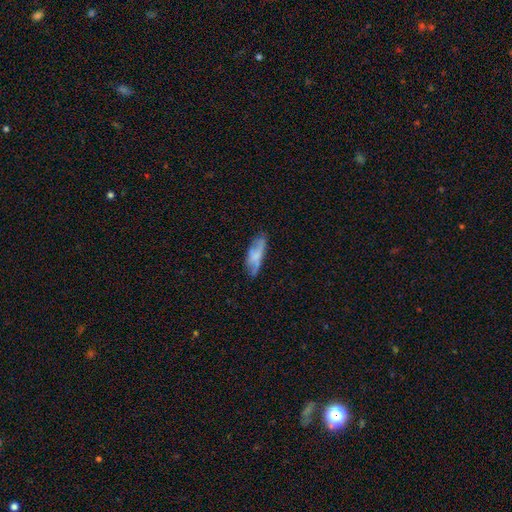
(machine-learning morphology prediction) smooth_or_featured: smooth (p=0.60) [alt: featured or disk p=0.32]
how_rounded: in between (p=0.61) [alt: cigar-shaped p=0.37]
merging: none (p=0.57) [alt: minor disturbance p=0.27]